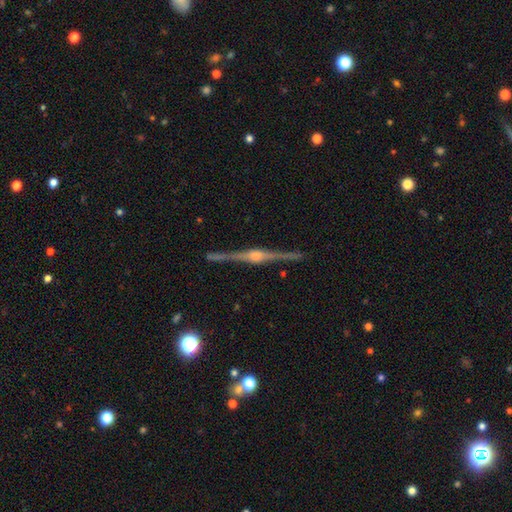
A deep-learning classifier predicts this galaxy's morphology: This appears to be a featured or disk galaxy (89%) viewed edge-on (98%) with a rounded central bulge (90%). Merging: none (89%).